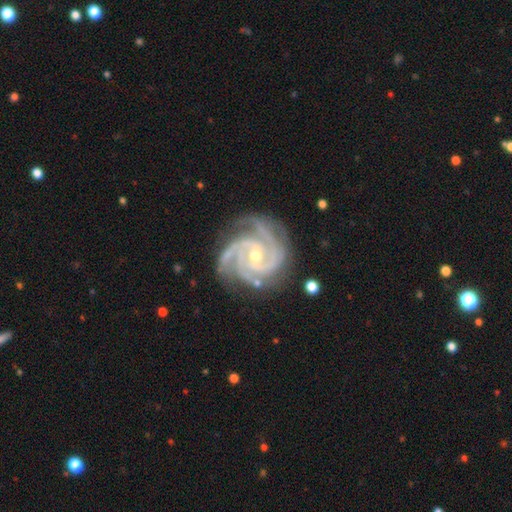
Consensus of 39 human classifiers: Smooth or featured? featured or disk (95%)
Edge-on disk? no (100%)
Bar? no (76%)
Spiral arms? yes (100%)
Spiral winding? tight (59%)
Spiral arm count? 3 (70%)
Bulge size? moderate (59%)
Merging? none (61%)